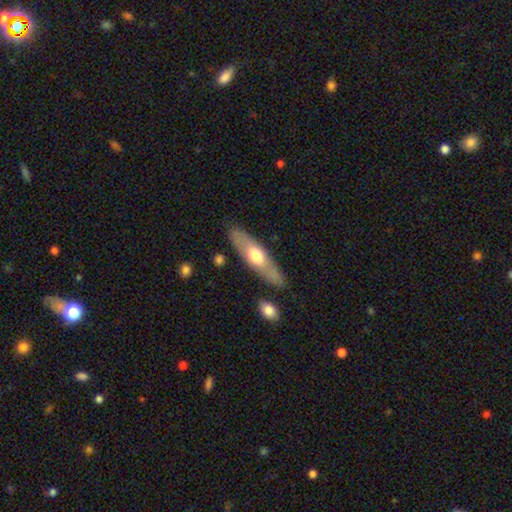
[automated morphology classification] This is possibly a smooth galaxy (50%). How rounded: likely cigar-shaped (62%). Merging: clearly none (84%).